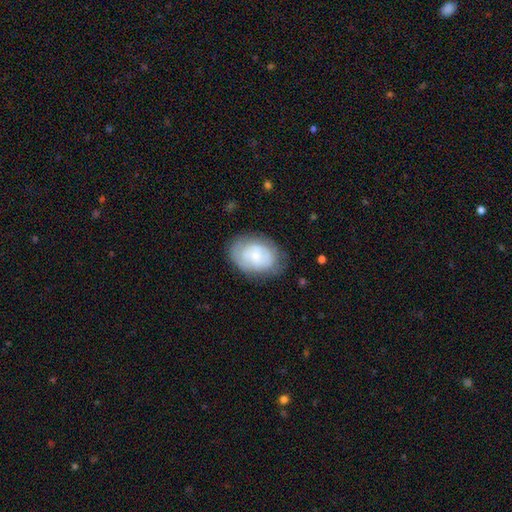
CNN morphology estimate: type=featured or disk (47%); merging=none (68%).